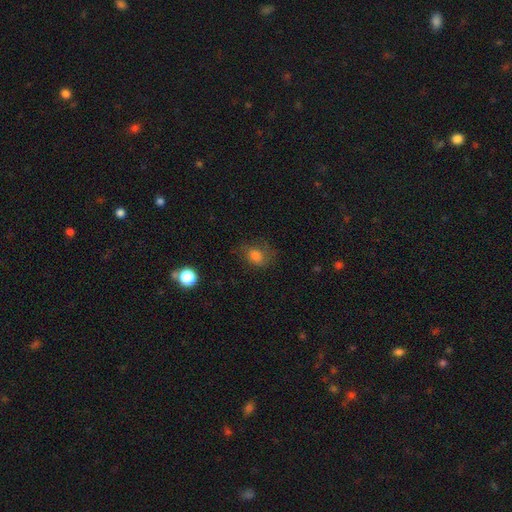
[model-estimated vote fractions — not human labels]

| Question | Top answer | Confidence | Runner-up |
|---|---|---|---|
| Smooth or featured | smooth | 74% | featured or disk (13%) |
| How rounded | in between | 60% | round (38%) |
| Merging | none | 57% | minor disturbance (25%) |